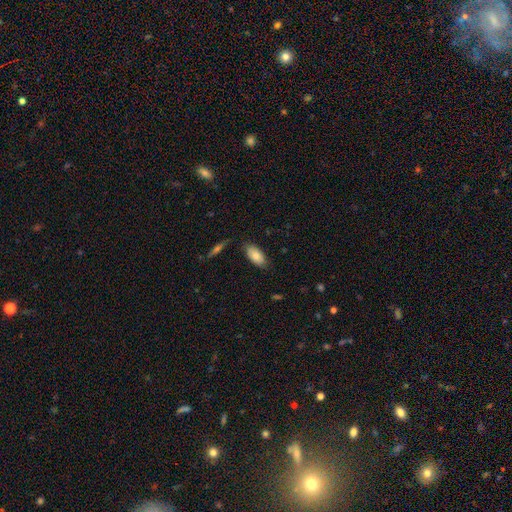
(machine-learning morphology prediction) type=smooth (78%); roundness=in between (92%); merging=none (78%).